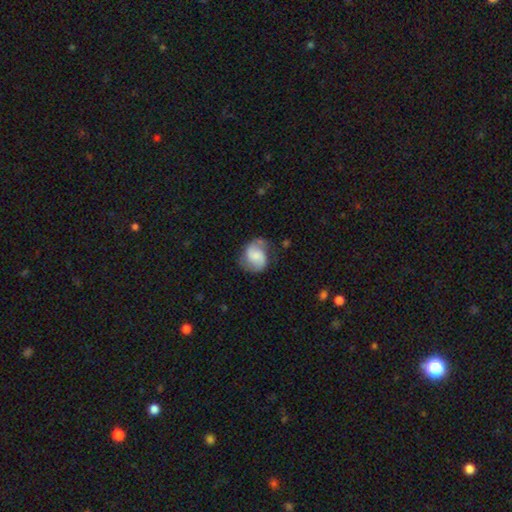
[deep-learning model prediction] A featured or disk galaxy (56%) with no bar (48%), spiral arms (90%) and a small central bulge (34%). Merging: none (62%).